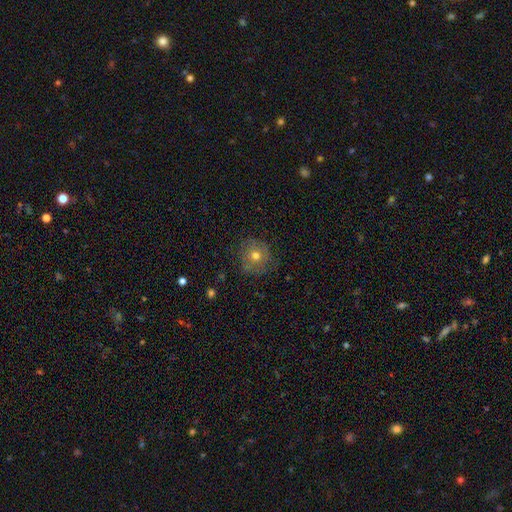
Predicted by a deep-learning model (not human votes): This is possibly a smooth galaxy (59%). How rounded: clearly round (89%). Merging: likely none (75%).